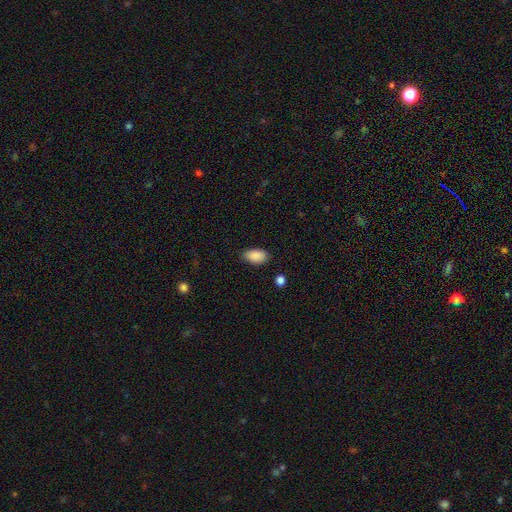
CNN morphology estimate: Smooth or featured? smooth (89%)
How rounded? in between (94%)
Merging? none (84%)